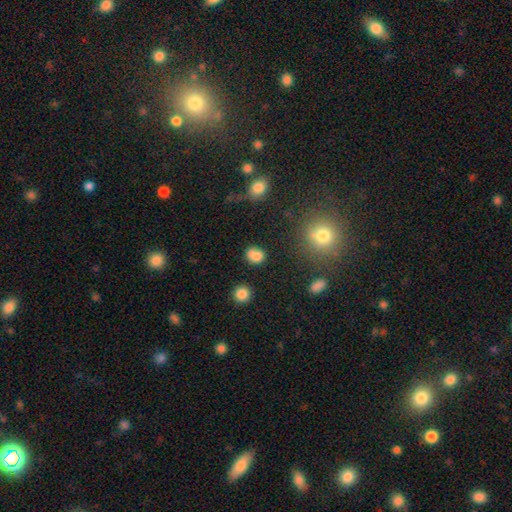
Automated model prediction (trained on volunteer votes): A smooth galaxy with no disk features (79%) that is round (66%). Merging: none (62%).